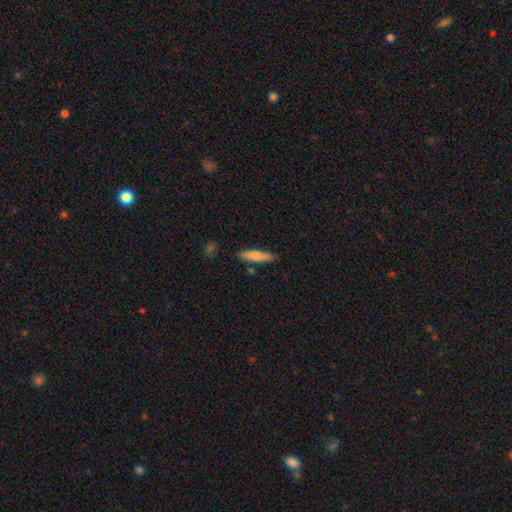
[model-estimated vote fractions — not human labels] Smooth or featured? smooth (75%)
How rounded? cigar-shaped (79%)
Merging? none (83%)